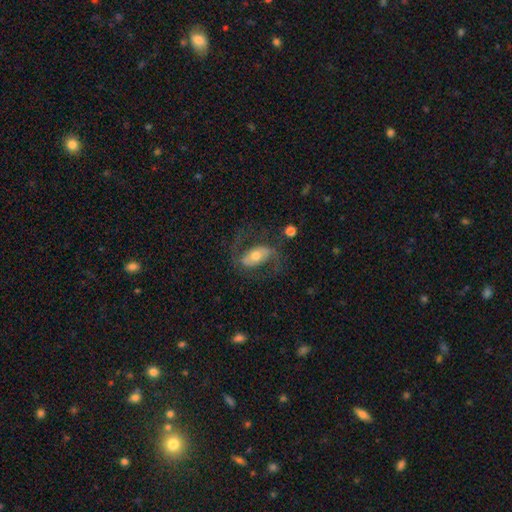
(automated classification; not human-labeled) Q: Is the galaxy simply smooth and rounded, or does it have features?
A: featured or disk — 72%.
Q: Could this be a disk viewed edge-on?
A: no — 95%.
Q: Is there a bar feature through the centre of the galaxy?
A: strong — 34%.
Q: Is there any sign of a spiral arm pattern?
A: yes — 84%.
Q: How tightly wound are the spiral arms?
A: medium — 51%.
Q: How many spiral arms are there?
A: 2 — 90%.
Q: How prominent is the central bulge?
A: moderate — 64%.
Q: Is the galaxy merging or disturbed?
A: none — 67%.